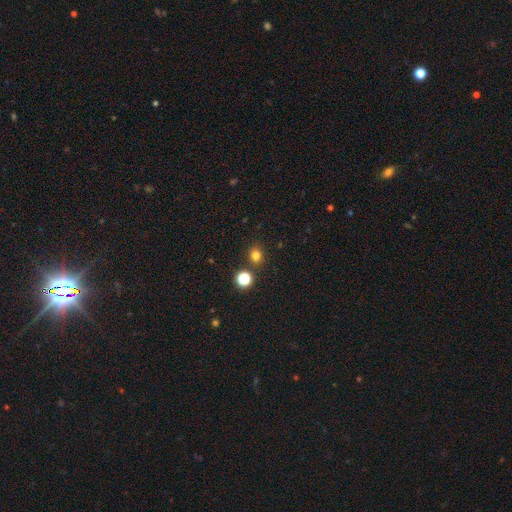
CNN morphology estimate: smooth 77%, star or artifact 18%, featured or disk 5%. Down the decision tree: how rounded — round (81%); merging — none (84%).